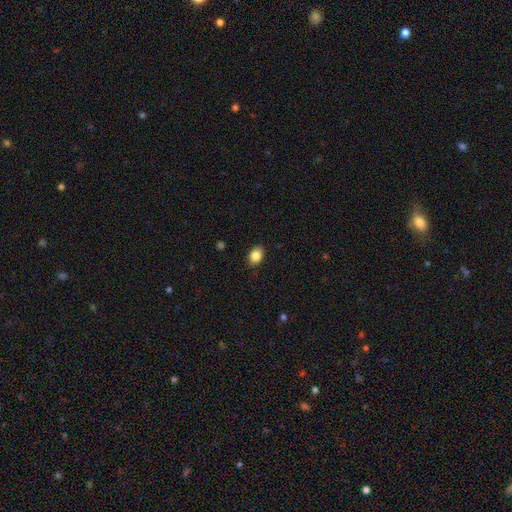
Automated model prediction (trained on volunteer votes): Overall: smooth (86%). How rounded: in between (70%). Merging: none (86%).